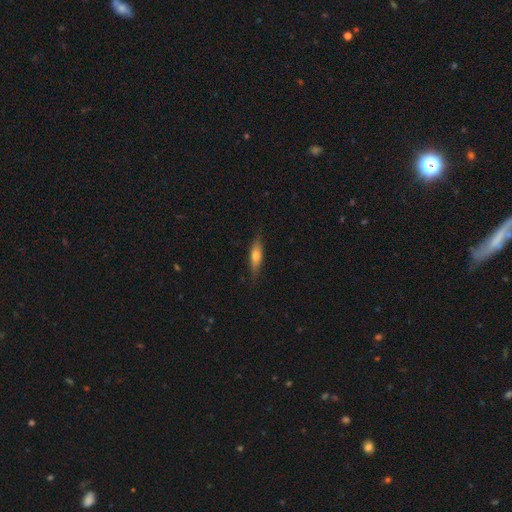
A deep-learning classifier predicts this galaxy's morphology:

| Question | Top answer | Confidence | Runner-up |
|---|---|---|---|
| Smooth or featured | smooth | 57% | featured or disk (36%) |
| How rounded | cigar-shaped | 65% | in between (32%) |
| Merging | none | 84% | minor disturbance (13%) |